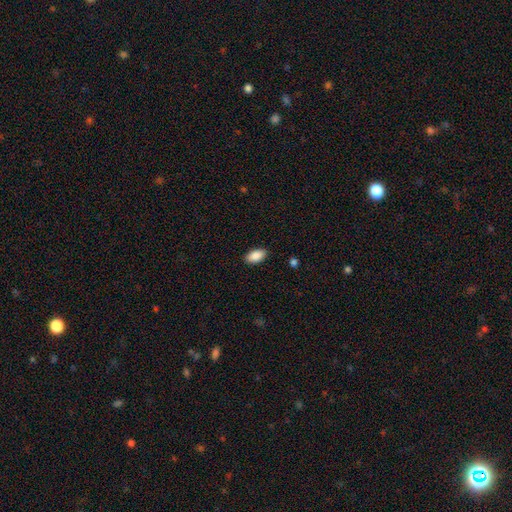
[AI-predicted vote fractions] smooth-or-featured: smooth: 89% | star or artifact: 7% | featured or disk: 4%
  how-rounded: in between: 94% | round: 3% | cigar-shaped: 3%
  merging: none: 88% | minor disturbance: 9% | major disturbance: 2% | merger: 1%